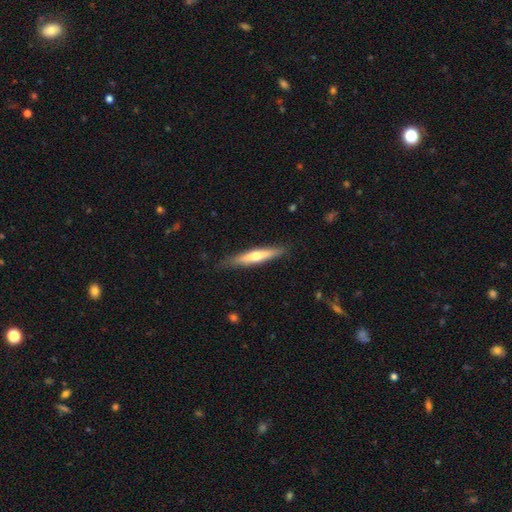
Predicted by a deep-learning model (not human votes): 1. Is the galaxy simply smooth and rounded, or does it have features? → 49% featured or disk, 46% smooth, 5% star or artifact.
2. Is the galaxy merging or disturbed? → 86% none, 11% minor disturbance, 2% major disturbance, 1% merger.